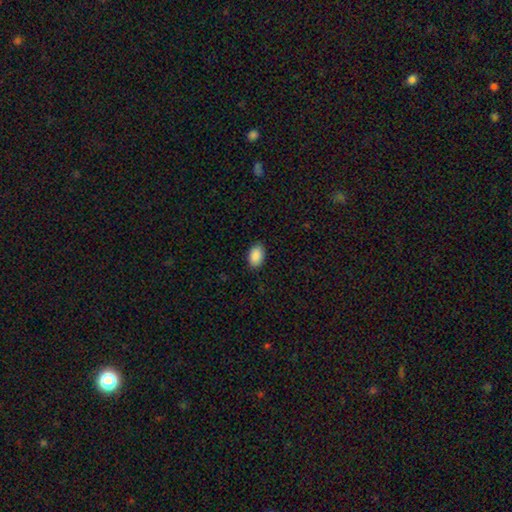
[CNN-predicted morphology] Smooth or featured? Predicted: smooth (p=0.90). How rounded? Predicted: in between (p=0.91). Merging? Predicted: none (p=0.87).